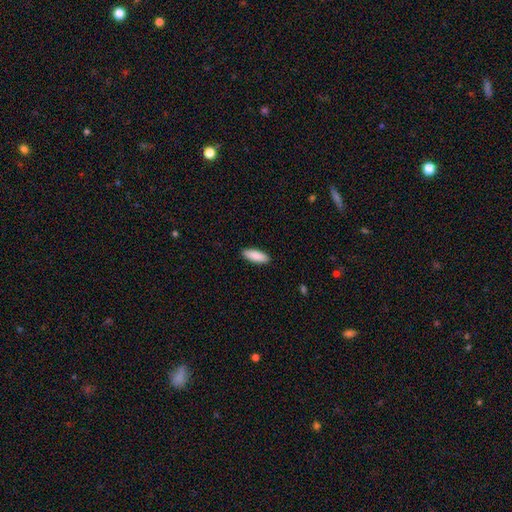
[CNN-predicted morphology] Q: Smooth or featured?
A: smooth (90%); runner-up: star or artifact (6%)
Q: How rounded?
A: in between (67%); runner-up: cigar-shaped (31%)
Q: Merging?
A: none (90%); runner-up: minor disturbance (7%)